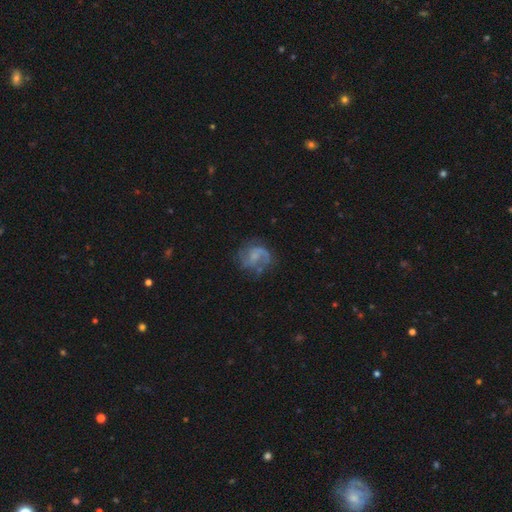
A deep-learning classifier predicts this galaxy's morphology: This appears to be a featured or disk galaxy (63%) with no bar (57%), spiral arms (79%) and no central bulge (48%). Merging: none (50%).